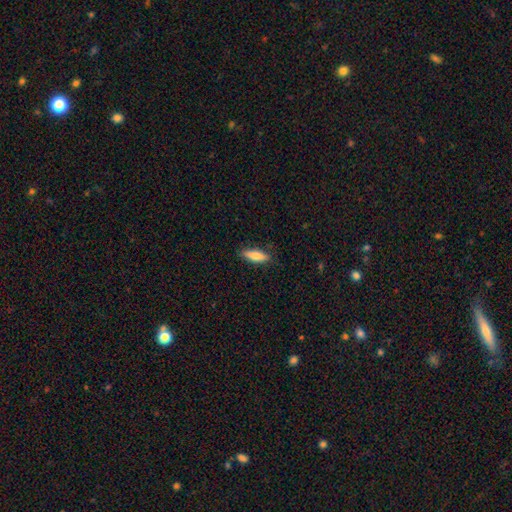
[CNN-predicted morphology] smooth 77%, featured or disk 17%, star or artifact 6%. Down the decision tree: how rounded — cigar-shaped (51%); merging — none (86%).